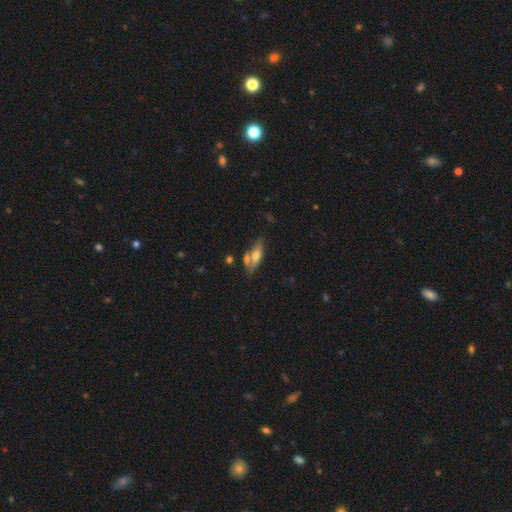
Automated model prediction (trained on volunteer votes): Smooth or featured? Predicted: smooth (p=0.53). How rounded? Predicted: in between (p=0.55). Merging? Predicted: none (p=0.58).